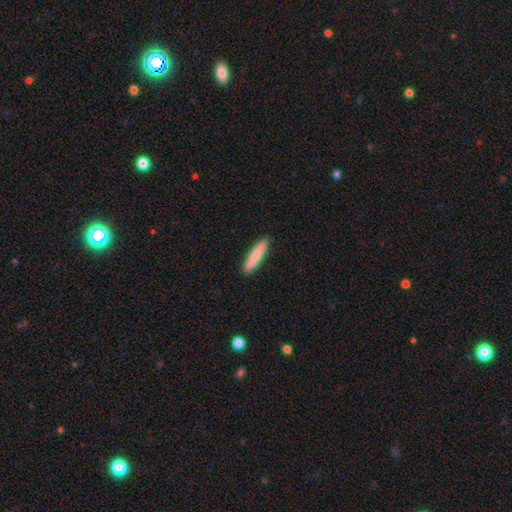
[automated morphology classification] Q: Smooth or featured?
A: smooth (78%); runner-up: featured or disk (17%)
Q: How rounded?
A: cigar-shaped (88%); runner-up: in between (10%)
Q: Merging?
A: none (91%); runner-up: minor disturbance (7%)